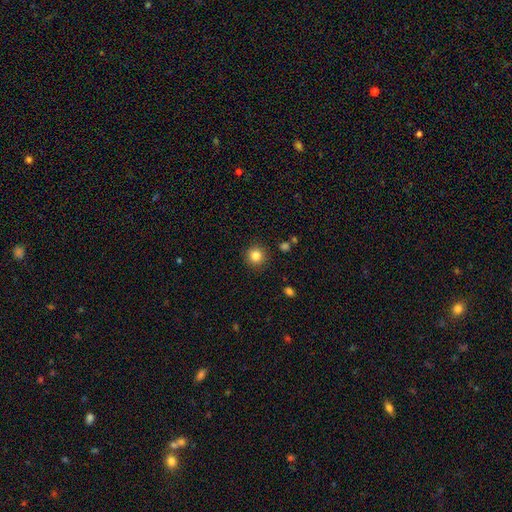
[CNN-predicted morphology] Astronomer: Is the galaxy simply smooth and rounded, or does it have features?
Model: smooth — 84%.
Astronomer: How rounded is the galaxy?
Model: round — 93%.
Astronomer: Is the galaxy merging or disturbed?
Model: none — 90%.